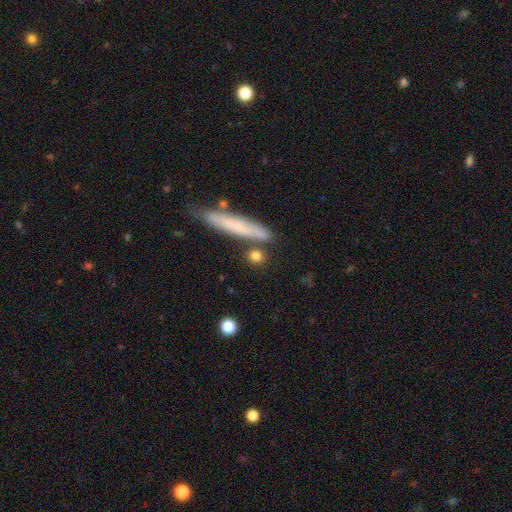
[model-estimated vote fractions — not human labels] Smooth or featured?
  - smooth: 79% *
  - featured or disk: 13%
  - star or artifact: 8%
How rounded?
  - round: 57% *
  - cigar-shaped: 27%
  - in between: 16%
Merging?
  - none: 78% *
  - minor disturbance: 10%
  - merger: 8%
  - major disturbance: 3%